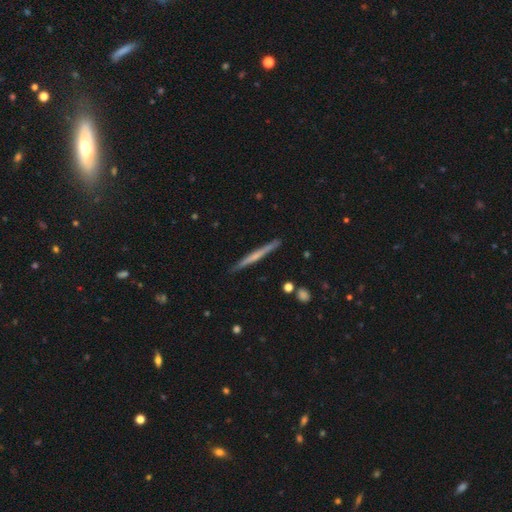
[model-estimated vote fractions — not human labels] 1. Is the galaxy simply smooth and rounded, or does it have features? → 54% featured or disk, 41% smooth, 5% star or artifact.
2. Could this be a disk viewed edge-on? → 98% yes, 2% no.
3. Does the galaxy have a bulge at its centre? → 69% none, 24% rounded, 7% boxy.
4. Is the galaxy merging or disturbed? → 91% none, 7% minor disturbance, 1% merger, 1% major disturbance.